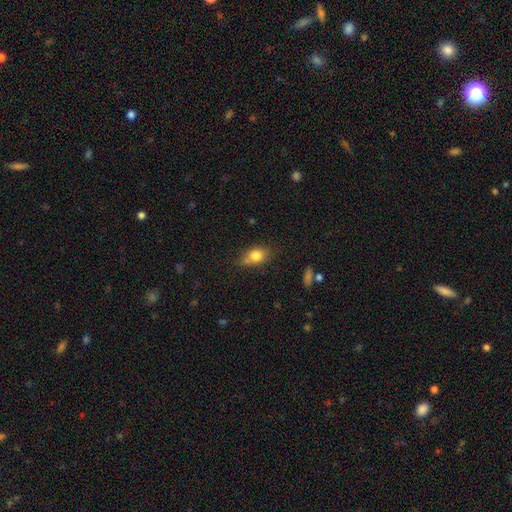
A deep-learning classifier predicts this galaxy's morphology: smooth_or_featured: smooth (p=0.79) [alt: featured or disk p=0.11]
how_rounded: in between (p=0.66) [alt: round p=0.31]
merging: none (p=0.56) [alt: minor disturbance p=0.29]